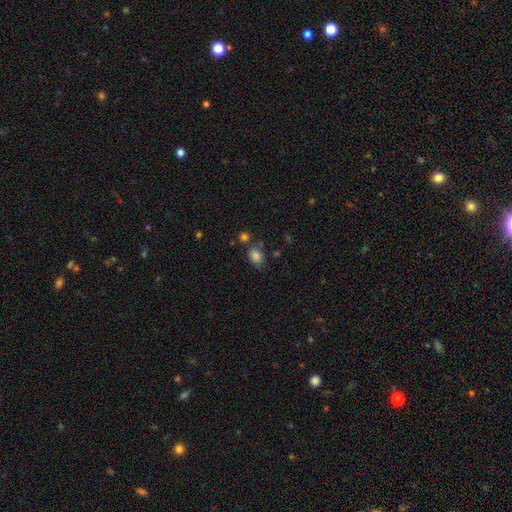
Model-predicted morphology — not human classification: smooth 83%, star or artifact 11%, featured or disk 6%. Down the decision tree: how rounded — in between (74%); merging — none (66%).